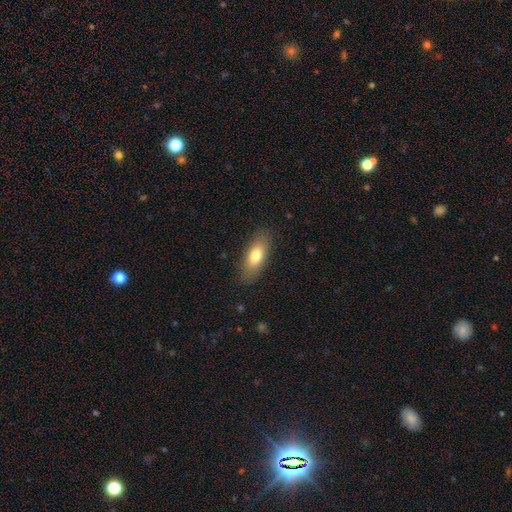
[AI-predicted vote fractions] Smooth or featured? smooth (75%)
How rounded? in between (74%)
Merging? none (86%)